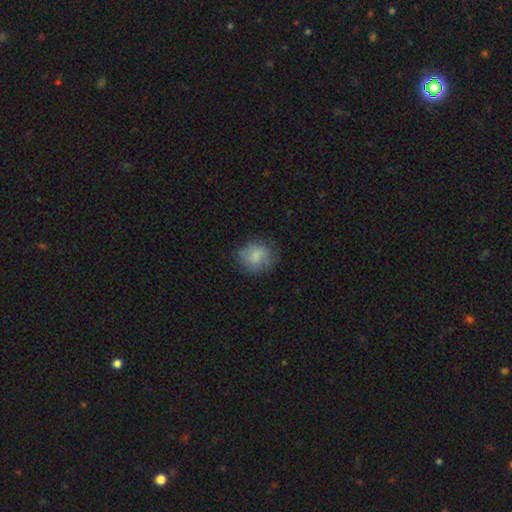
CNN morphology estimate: Smooth or featured? Predicted: smooth (p=0.80). How rounded? Predicted: round (p=0.72). Merging? Predicted: none (p=0.73).